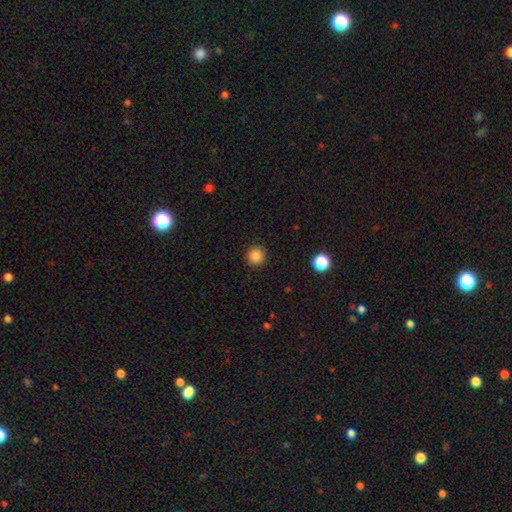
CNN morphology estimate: A smooth galaxy with no disk features (86%) that is round (95%). Merging: none (92%).